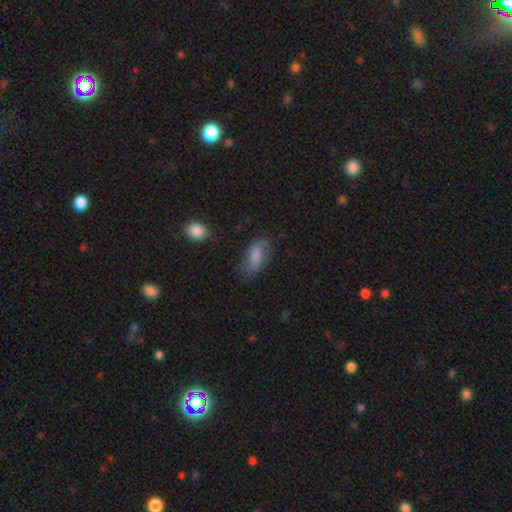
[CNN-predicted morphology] A smooth galaxy with no disk features (59%) that is in between round and cigar-shaped (88%). Merging: none (58%).